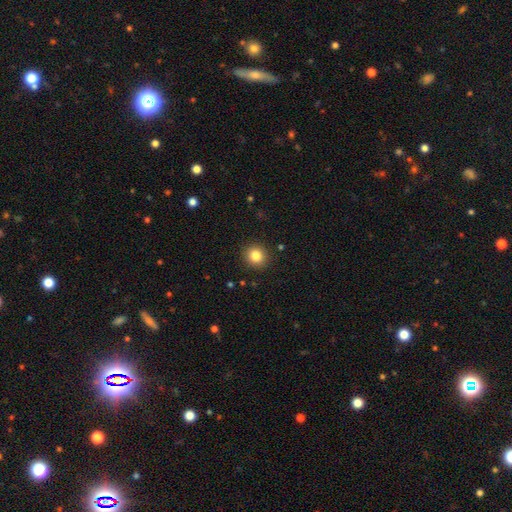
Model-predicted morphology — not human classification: A smooth galaxy with no disk features (83%) that is round (89%). Merging: none (91%).